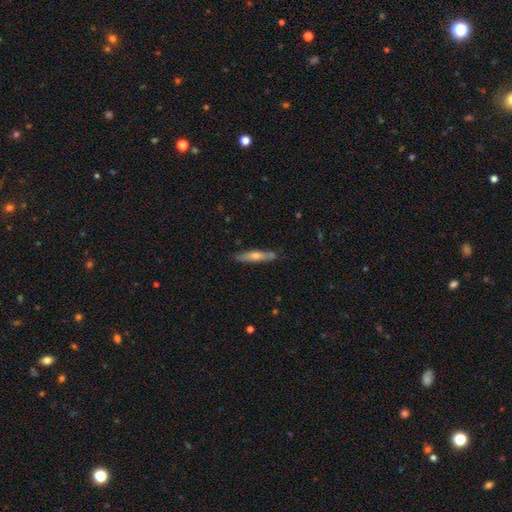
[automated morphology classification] A featured or disk galaxy (49%). Merging: none (79%).